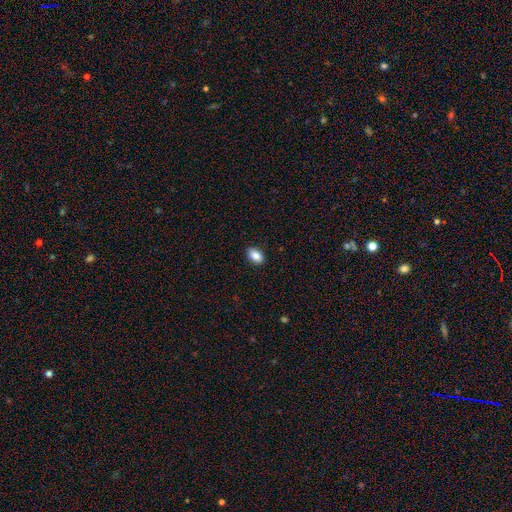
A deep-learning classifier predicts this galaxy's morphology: This is clearly a smooth galaxy (87%). How rounded: clearly in between (89%). Merging: clearly none (90%).